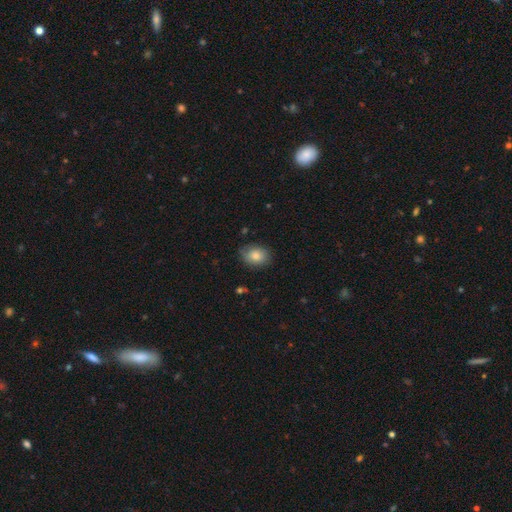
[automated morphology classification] smooth_or_featured: smooth (p=0.82) [alt: featured or disk p=0.10]
how_rounded: in between (p=0.61) [alt: round p=0.38]
merging: none (p=0.77) [alt: minor disturbance p=0.18]